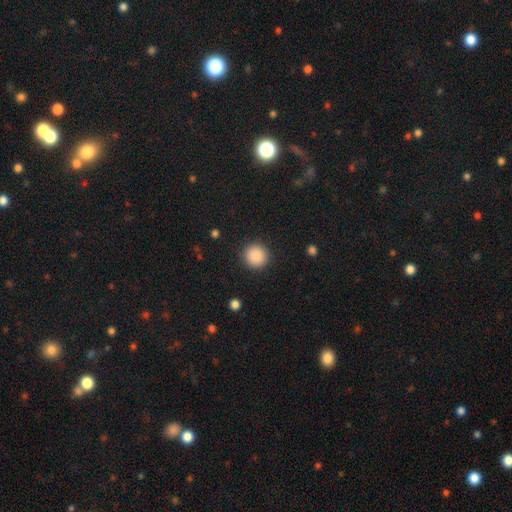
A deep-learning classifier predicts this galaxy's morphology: Smooth or featured? smooth (89%)
How rounded? round (94%)
Merging? none (92%)